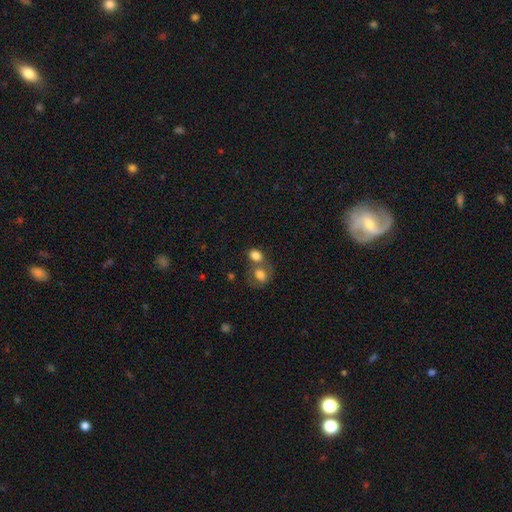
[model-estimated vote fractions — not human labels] Overall: smooth (79%). How rounded: in between (60%; round 39%). Merging: merger (52%; none 33%).